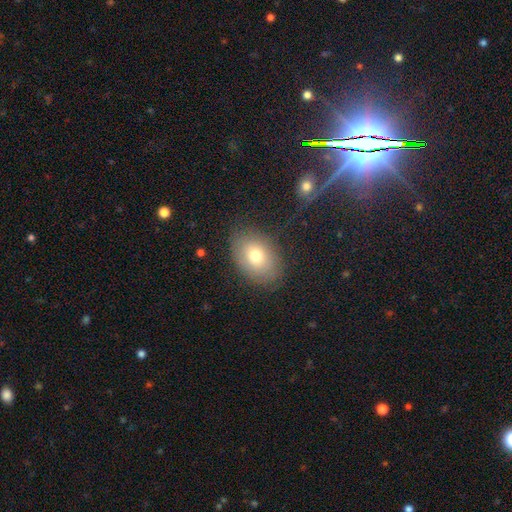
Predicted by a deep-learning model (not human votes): This appears to be a smooth galaxy with no disk features (72%) that is in between round and cigar-shaped (75%). Merging: none (78%).